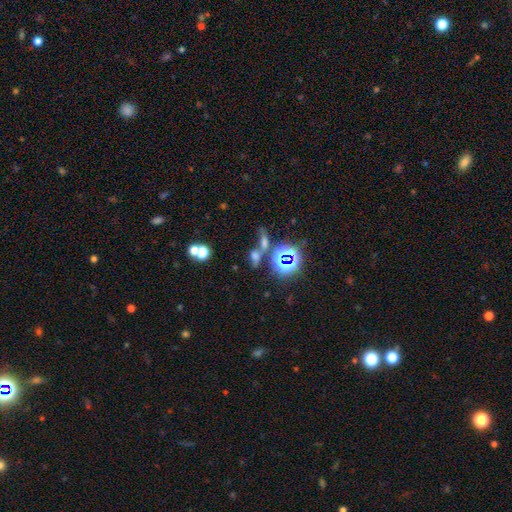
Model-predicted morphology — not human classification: A smooth galaxy with no disk features (48%).

Vote fractions:
- Smooth or featured? smooth: 48% / star or artifact: 36% / featured or disk: 16%
- Merging? none: 44% / merger: 37% / minor disturbance: 11% / major disturbance: 8%